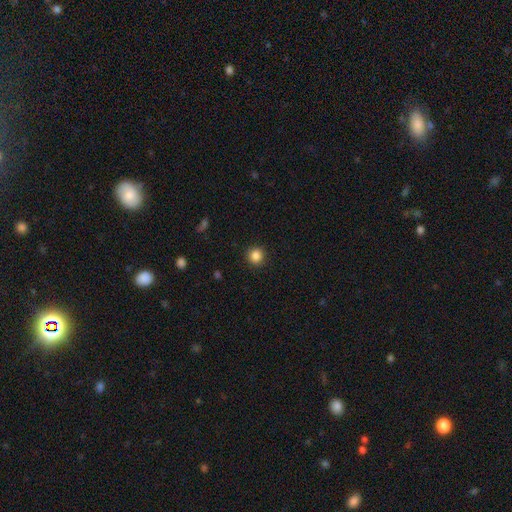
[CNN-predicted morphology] This appears to be a smooth galaxy with no disk features (85%) that is round (93%). Merging: none (92%).